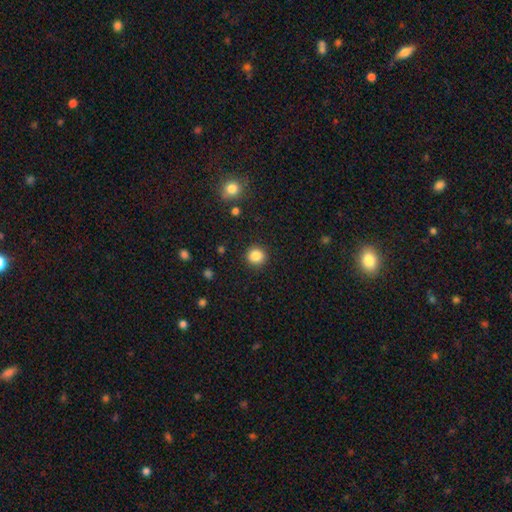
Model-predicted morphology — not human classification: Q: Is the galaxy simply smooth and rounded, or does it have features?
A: smooth — 85%.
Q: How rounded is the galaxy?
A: round — 93%.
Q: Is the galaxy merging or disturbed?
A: none — 91%.